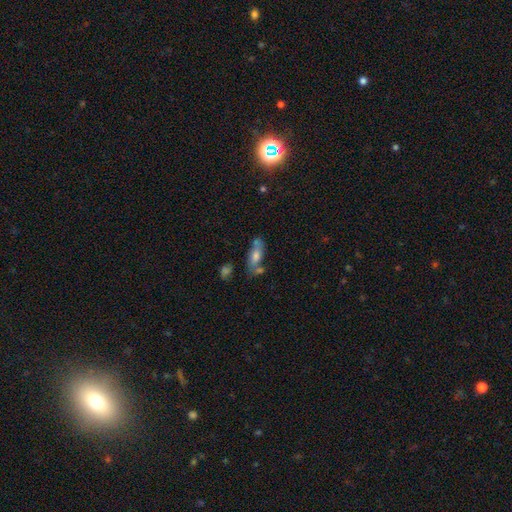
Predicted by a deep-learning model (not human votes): Smooth or featured? smooth (59%)
How rounded? in between (71%)
Merging? none (53%)